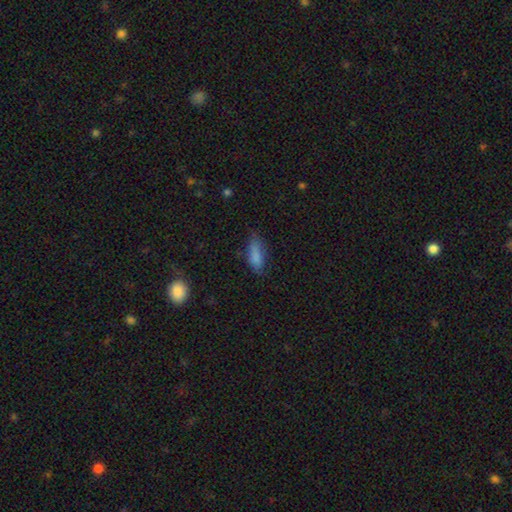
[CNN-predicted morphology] smooth_or_featured: smooth (p=0.81) [alt: featured or disk p=0.10]
how_rounded: in between (p=0.77) [alt: cigar-shaped p=0.20]
merging: none (p=0.61) [alt: minor disturbance p=0.28]